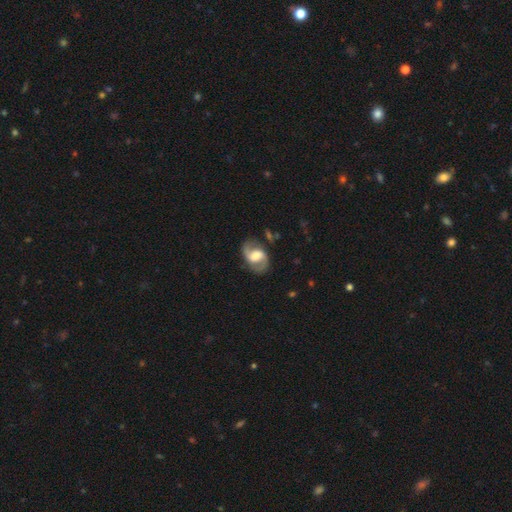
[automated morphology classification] featured or disk 81%, smooth 14%, star or artifact 5%. Down the decision tree: edge-on disk — no (97%); bar — weak (46%); spiral arms — yes (93%); spiral arm count — 2 (92%); spiral winding — medium (52%); bulge size — moderate (41%); merging — none (80%).